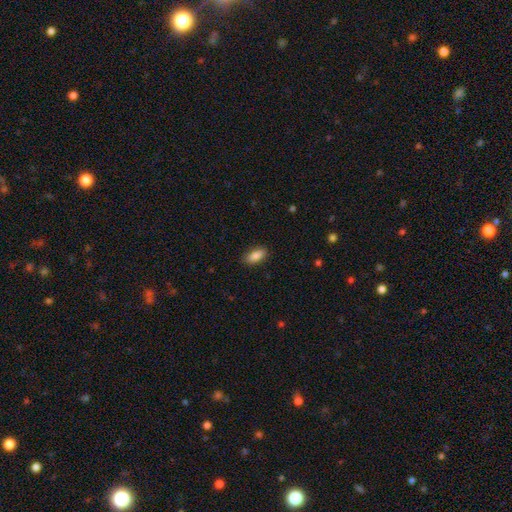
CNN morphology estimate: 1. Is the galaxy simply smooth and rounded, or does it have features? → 86% smooth, 7% star or artifact, 7% featured or disk.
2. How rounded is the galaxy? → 87% in between, 10% cigar-shaped, 3% round.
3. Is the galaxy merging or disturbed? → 86% none, 10% minor disturbance, 2% major disturbance, 1% merger.